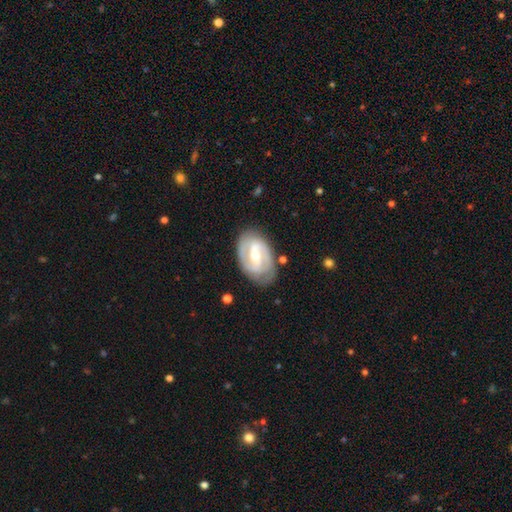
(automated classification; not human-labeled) Smooth or featured? featured or disk (83%)
Edge-on disk? no (96%)
Bar? weak (42%)
Spiral arms? yes (88%)
Spiral winding? tight (46%)
Spiral arm count? 2 (82%)
Bulge size? moderate (56%)
Merging? none (79%)